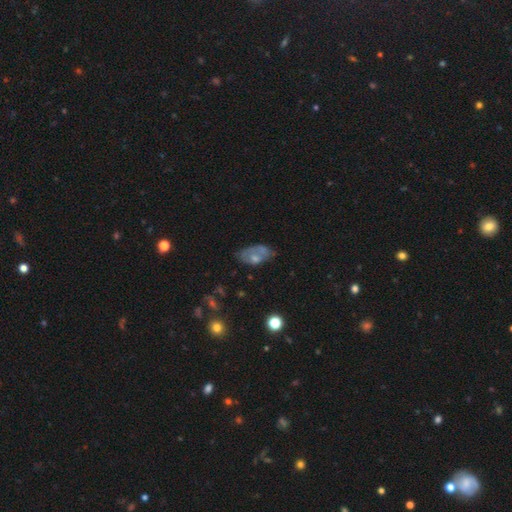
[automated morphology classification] Smooth or featured?
  - smooth: 50% *
  - featured or disk: 40%
  - star or artifact: 10%
How rounded?
  - in between: 90% *
  - round: 6%
  - cigar-shaped: 4%
Merging?
  - none: 45% *
  - minor disturbance: 31%
  - major disturbance: 17%
  - merger: 6%